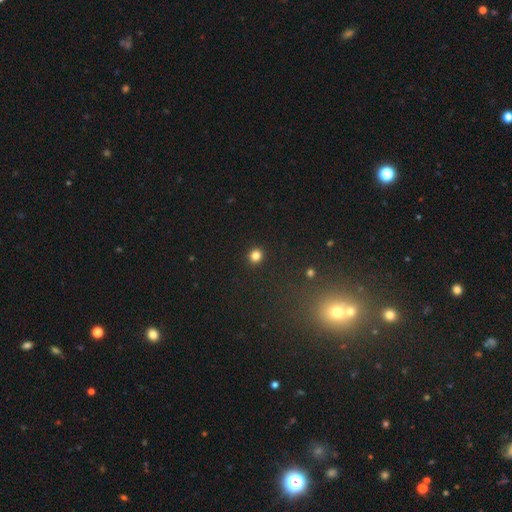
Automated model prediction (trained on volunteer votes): smooth-or-featured: smooth: 82% | star or artifact: 13% | featured or disk: 5%
  how-rounded: round: 88% | in between: 11% | cigar-shaped: 1%
  merging: none: 92% | minor disturbance: 5% | major disturbance: 2% | merger: 1%